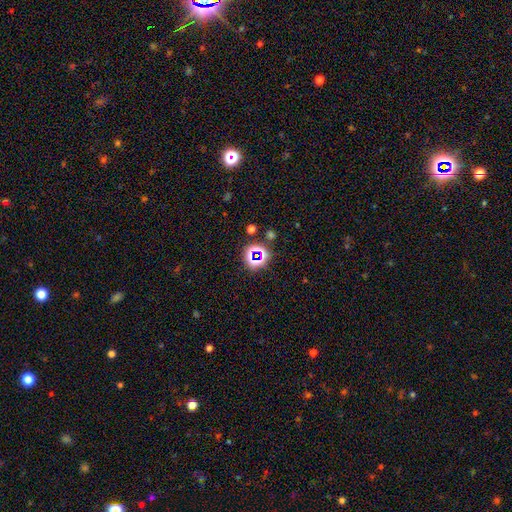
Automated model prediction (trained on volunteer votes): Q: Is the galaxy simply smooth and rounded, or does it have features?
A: star or artifact — 63%.